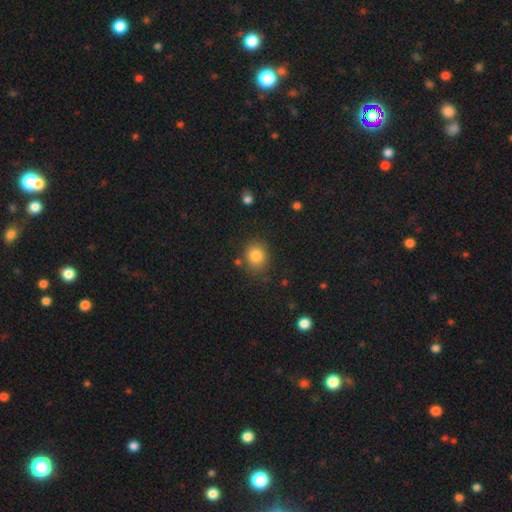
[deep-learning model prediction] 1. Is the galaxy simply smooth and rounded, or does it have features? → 84% smooth, 10% star or artifact, 6% featured or disk.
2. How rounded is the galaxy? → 72% round, 28% in between, 1% cigar-shaped.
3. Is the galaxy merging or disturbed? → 80% none, 12% minor disturbance, 4% merger, 4% major disturbance.